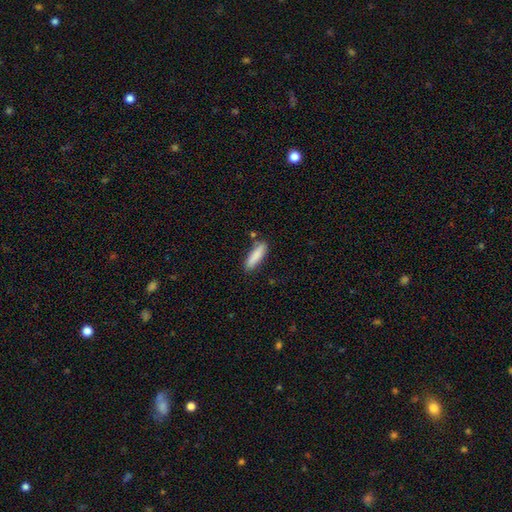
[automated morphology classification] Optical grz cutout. It shows a smooth galaxy with no disk features (86%) that is cigar-shaped (65%). Merging: none (77%).